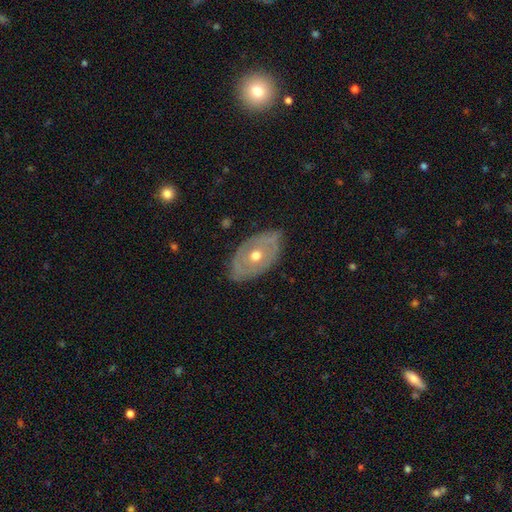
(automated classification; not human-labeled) Smooth or featured: featured or disk — 69% (smooth — 25%)
Edge-on disk: no — 90% (yes — 10%)
Bar: no — 91% (weak — 7%)
Spiral arms: no — 64% (yes — 36%)
Bulge size: moderate — 76% (small — 20%)
Merging: none — 75% (minor disturbance — 19%)